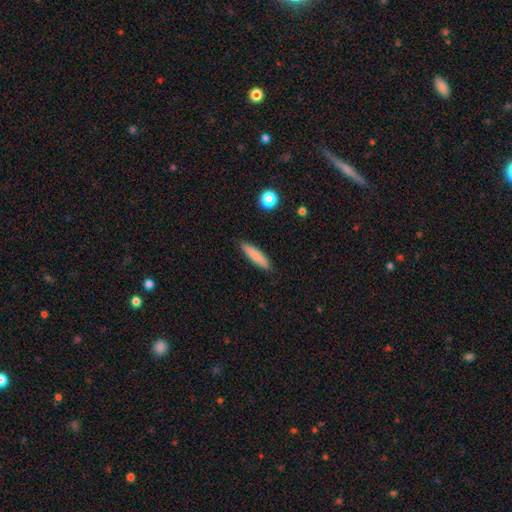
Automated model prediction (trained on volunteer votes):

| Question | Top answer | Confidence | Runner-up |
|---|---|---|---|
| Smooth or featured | smooth | 80% | featured or disk (13%) |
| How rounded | cigar-shaped | 82% | in between (16%) |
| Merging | none | 88% | minor disturbance (9%) |